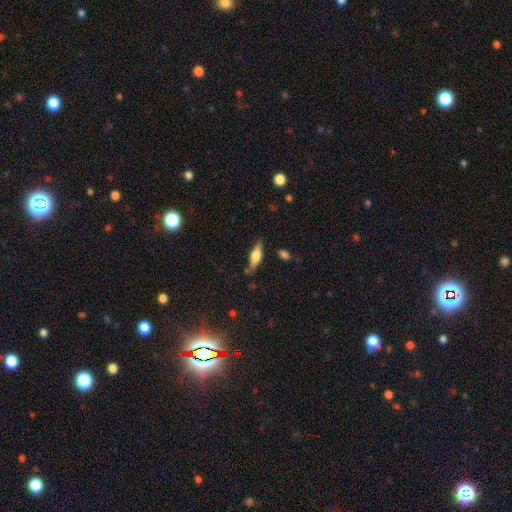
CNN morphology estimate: smooth-or-featured: smooth: 50% | featured or disk: 43% | star or artifact: 7%
  merging: none: 77% | minor disturbance: 17% | major disturbance: 4% | merger: 3%